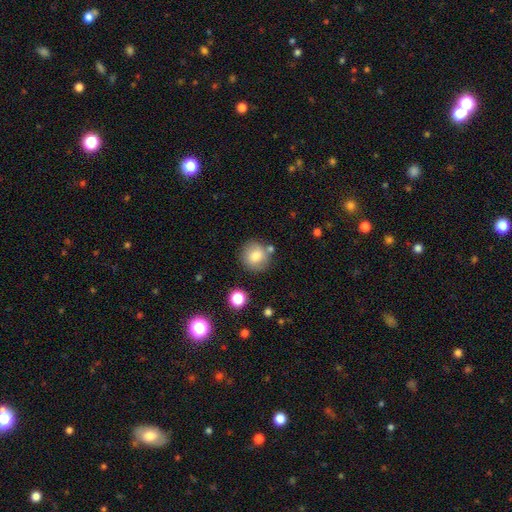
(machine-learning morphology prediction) Smooth or featured? smooth (79%)
How rounded? round (89%)
Merging? none (75%)